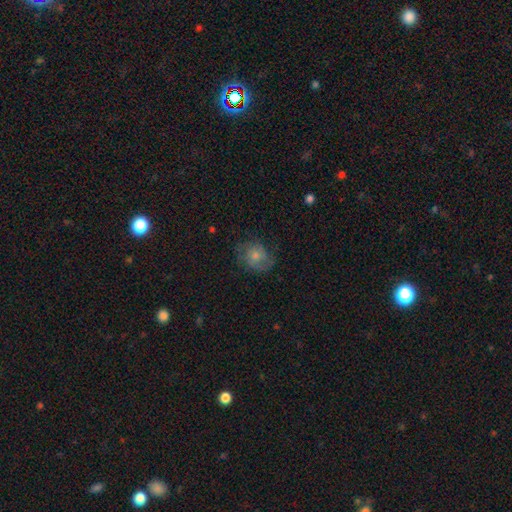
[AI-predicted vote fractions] A smooth galaxy with no disk features (61%) that is round (64%).

Vote fractions:
- Smooth or featured? smooth: 61% / featured or disk: 30% / star or artifact: 9%
- How rounded? round: 64% / in between: 35% / cigar-shaped: 1%
- Merging? none: 62% / minor disturbance: 23% / major disturbance: 13% / merger: 1%